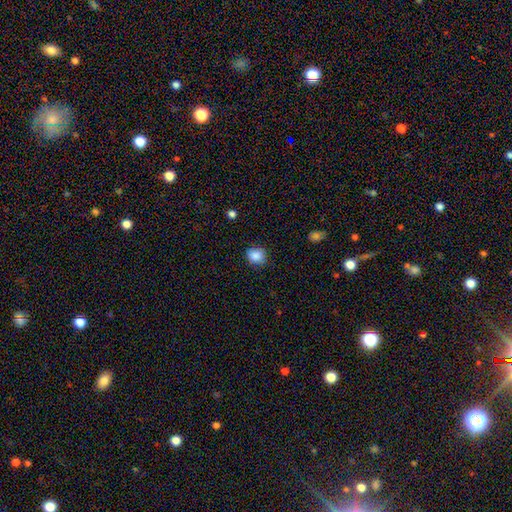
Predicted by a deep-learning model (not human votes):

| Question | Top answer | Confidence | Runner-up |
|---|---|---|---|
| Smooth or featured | smooth | 87% | star or artifact (9%) |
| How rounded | round | 72% | in between (27%) |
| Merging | none | 81% | minor disturbance (15%) |